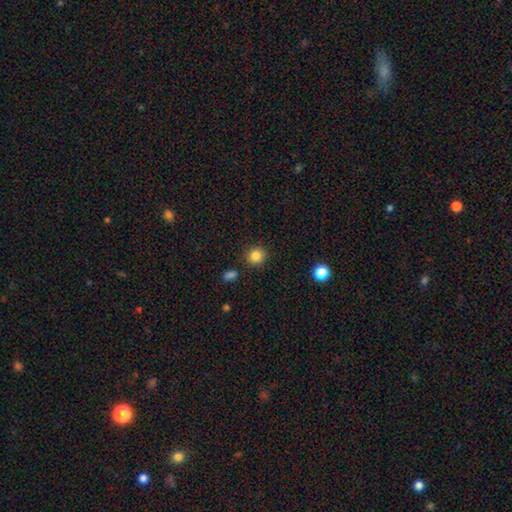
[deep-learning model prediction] Q: Smooth or featured?
A: smooth (85%); runner-up: star or artifact (11%)
Q: How rounded?
A: round (91%); runner-up: in between (8%)
Q: Merging?
A: none (88%); runner-up: minor disturbance (7%)